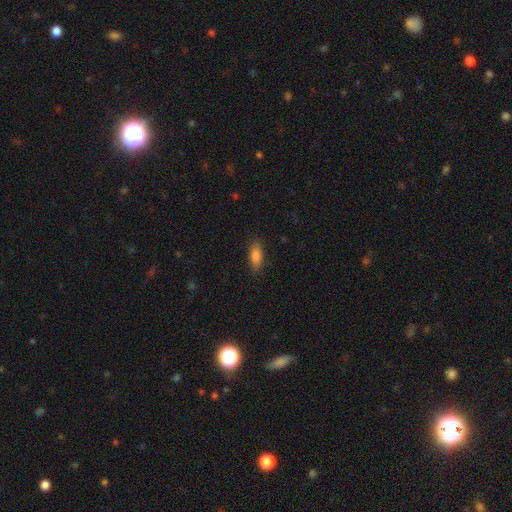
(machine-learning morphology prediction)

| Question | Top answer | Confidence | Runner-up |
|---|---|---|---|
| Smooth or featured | smooth | 84% | star or artifact (9%) |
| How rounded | in between | 79% | cigar-shaped (18%) |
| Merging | none | 86% | minor disturbance (11%) |